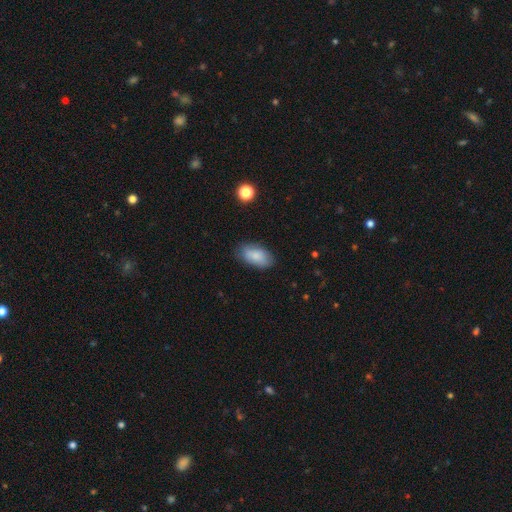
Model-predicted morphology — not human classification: Smooth or featured: smooth — 84% (featured or disk — 9%)
How rounded: in between — 93% (round — 4%)
Merging: none — 79% (minor disturbance — 16%)